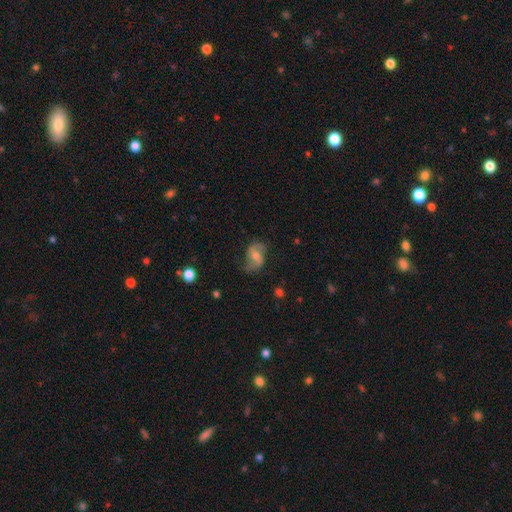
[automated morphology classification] Q: Smooth or featured?
A: featured or disk (62%); runner-up: smooth (28%)
Q: Edge-on disk?
A: no (96%); runner-up: yes (4%)
Q: Bar?
A: weak (43%); runner-up: no (38%)
Q: Spiral arms?
A: yes (83%); runner-up: no (17%)
Q: Bulge size?
A: moderate (57%); runner-up: small (34%)
Q: Merging?
A: none (63%); runner-up: minor disturbance (24%)